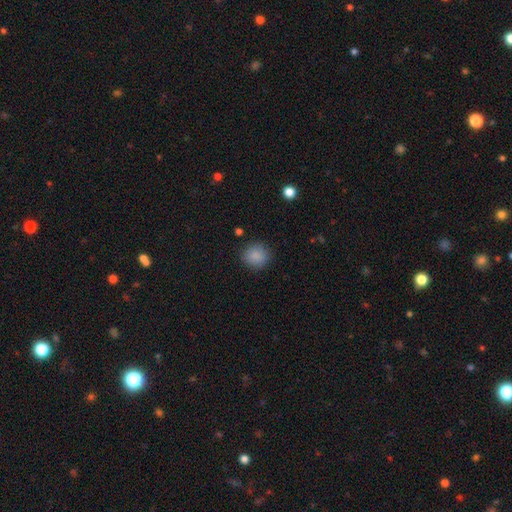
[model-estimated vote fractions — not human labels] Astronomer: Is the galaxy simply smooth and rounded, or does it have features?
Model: smooth — 87%.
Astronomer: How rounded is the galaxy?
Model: round — 89%.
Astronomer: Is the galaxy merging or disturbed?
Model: none — 88%.